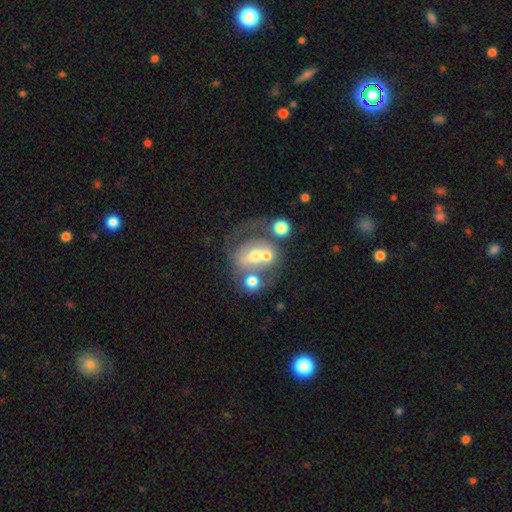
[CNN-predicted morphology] The model was most divided on "smooth or featured": featured or disk: 47%, smooth: 41%, star or artifact: 12%. Remaining: merging — merger (41%).